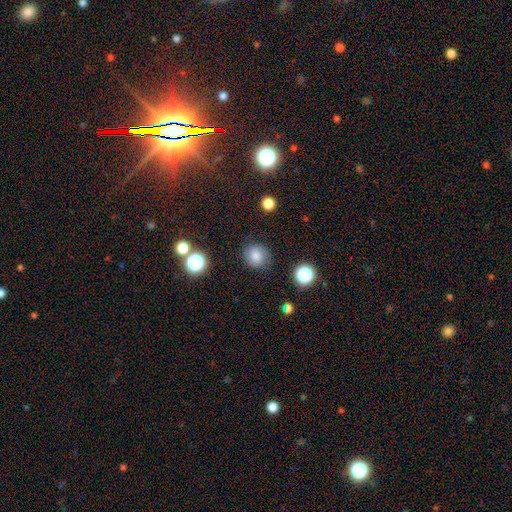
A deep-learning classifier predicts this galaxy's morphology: This appears to be a smooth galaxy with no disk features (72%) that is round (74%). Merging: none (79%).